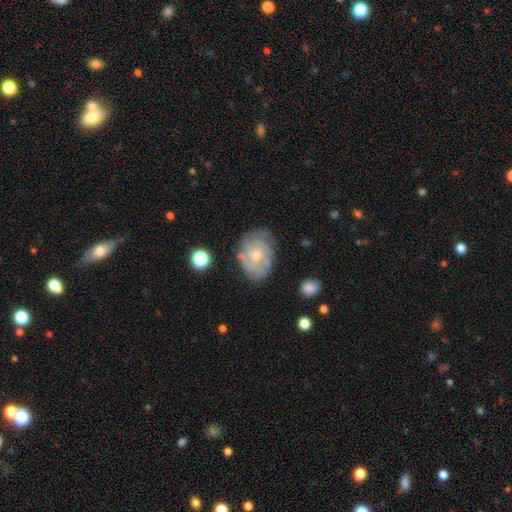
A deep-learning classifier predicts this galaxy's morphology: smooth_or_featured: featured or disk (p=0.77) [alt: smooth p=0.17]
disk_edge_on: no (p=0.97) [alt: yes p=0.03]
bar: no (p=0.70) [alt: weak p=0.27]
has_spiral_arms: yes (p=0.89) [alt: no p=0.11]
spiral_winding: tight (p=0.64) [alt: medium p=0.29]
spiral_arm_count: can't tell (p=0.40) [alt: 2 p=0.27]
bulge_size: small (p=0.51) [alt: moderate p=0.41]
merging: none (p=0.67) [alt: minor disturbance p=0.22]